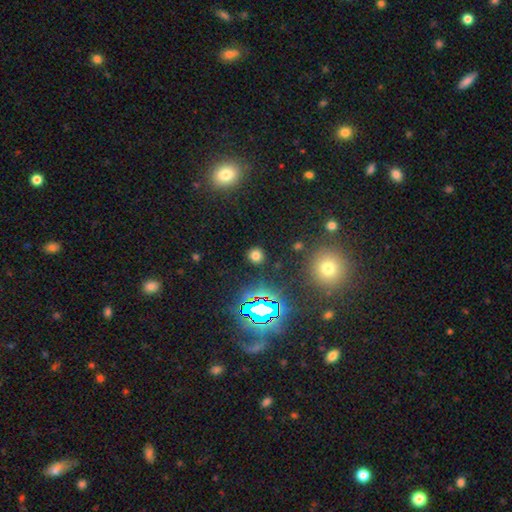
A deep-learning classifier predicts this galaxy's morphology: Smooth or featured? smooth (68%)
How rounded? round (88%)
Merging? none (89%)